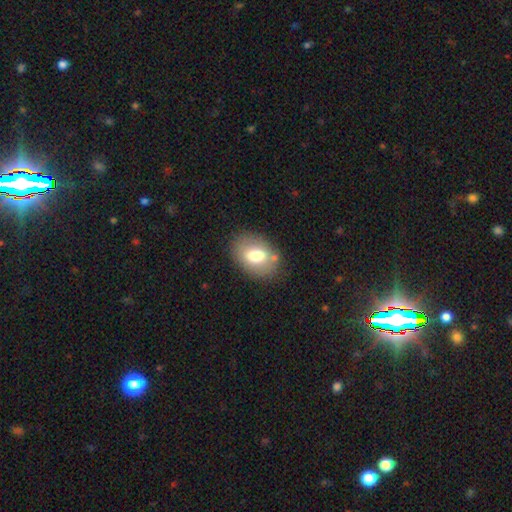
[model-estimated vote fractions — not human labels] smooth_or_featured: smooth (p=0.69) [alt: featured or disk p=0.23]
how_rounded: in between (p=0.79) [alt: round p=0.20]
merging: none (p=0.78) [alt: minor disturbance p=0.14]